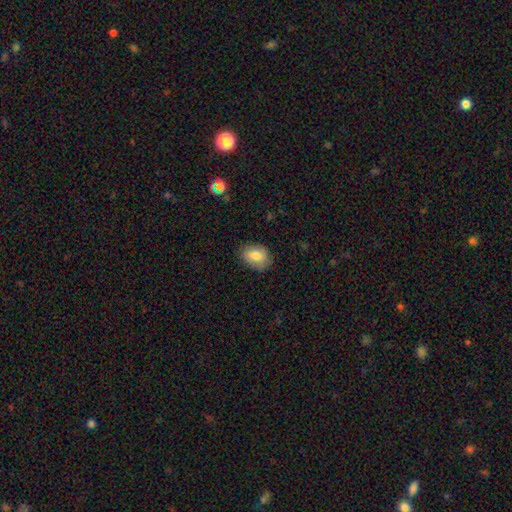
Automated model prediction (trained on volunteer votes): The model was most divided on "how rounded": in between: 76%, round: 22%, cigar-shaped: 1%. More confident: merging — none (81%); smooth or featured — smooth (78%).